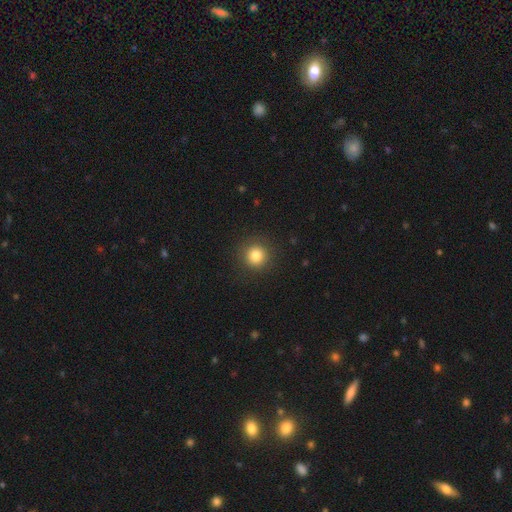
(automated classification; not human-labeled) The model was most divided on "smooth or featured": smooth: 82%, star or artifact: 12%, featured or disk: 6%. More confident: how rounded — round (93%); merging — none (90%).